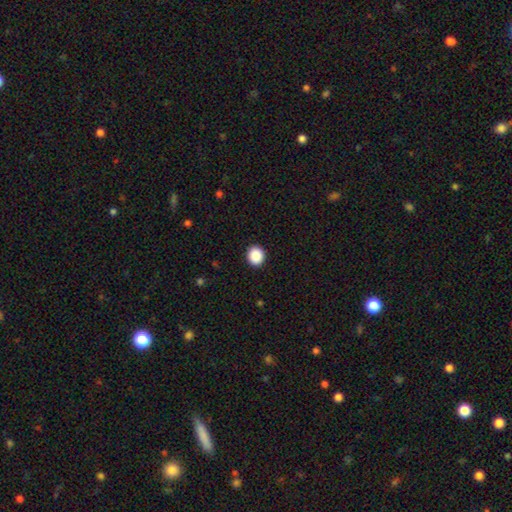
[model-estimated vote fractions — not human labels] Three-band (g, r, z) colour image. It shows a smooth galaxy with no disk features (90%) that is round (78%). Merging: none (92%).